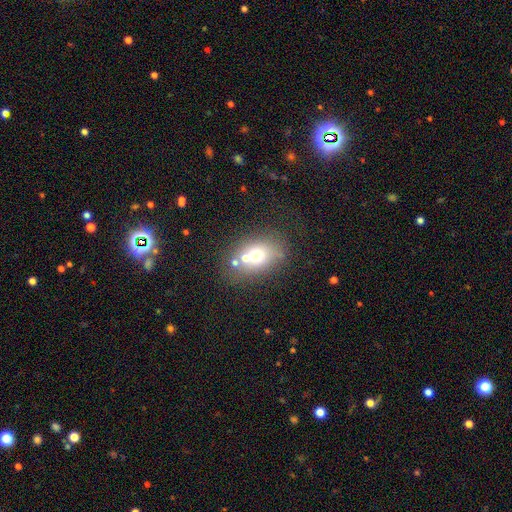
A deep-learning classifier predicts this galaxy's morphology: type=smooth (62%); roundness=in between (60%); merging=none (54%).